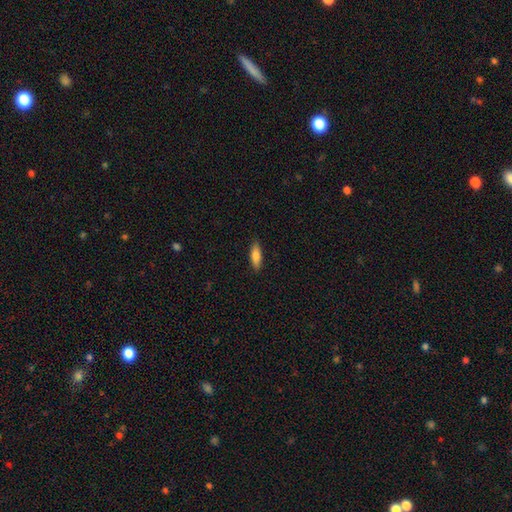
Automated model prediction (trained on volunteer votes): Smooth or featured?
  - smooth: 82% *
  - featured or disk: 11%
  - star or artifact: 6%
How rounded?
  - in between: 54% *
  - cigar-shaped: 44%
  - round: 2%
Merging?
  - none: 88% *
  - minor disturbance: 9%
  - major disturbance: 2%
  - merger: 1%